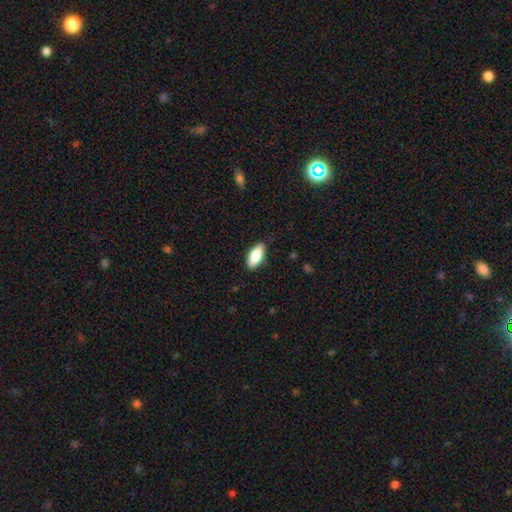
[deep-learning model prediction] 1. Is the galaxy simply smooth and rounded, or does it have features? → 81% smooth, 13% featured or disk, 6% star or artifact.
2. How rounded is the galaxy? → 84% in between, 13% cigar-shaped, 2% round.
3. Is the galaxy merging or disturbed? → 84% none, 12% minor disturbance, 2% major disturbance, 1% merger.